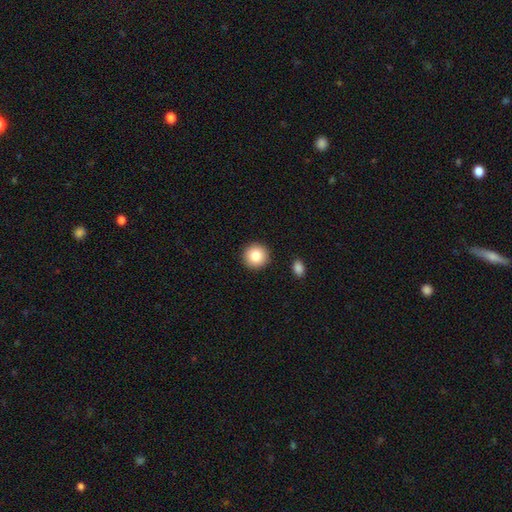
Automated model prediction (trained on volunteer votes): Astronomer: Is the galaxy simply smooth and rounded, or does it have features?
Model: smooth — 84%.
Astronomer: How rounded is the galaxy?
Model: round — 95%.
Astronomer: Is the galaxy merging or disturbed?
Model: none — 91%.